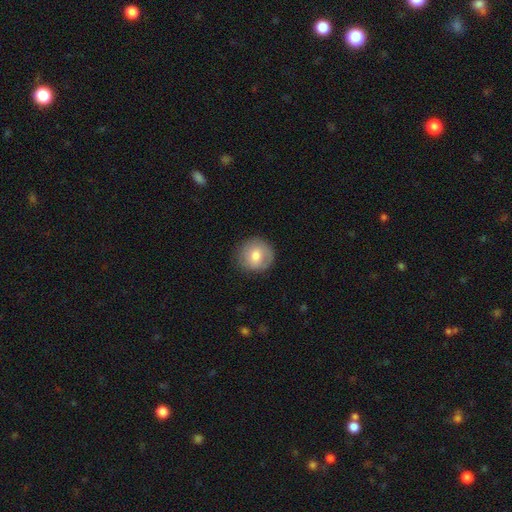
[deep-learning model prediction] Smooth or featured? Predicted: smooth (p=0.71). How rounded? Predicted: round (p=0.91). Merging? Predicted: none (p=0.83).